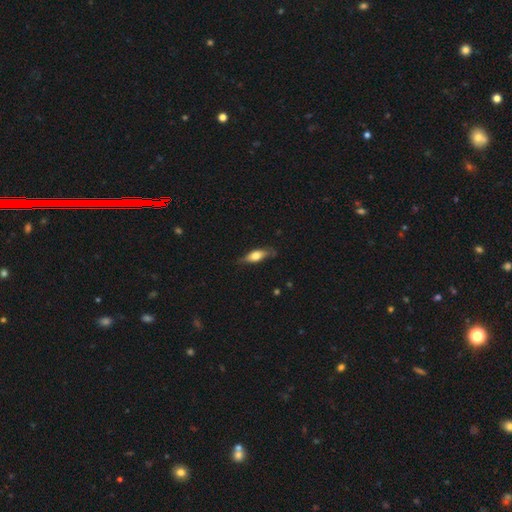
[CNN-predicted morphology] The model was most divided on "smooth or featured": smooth: 59%, featured or disk: 34%, star or artifact: 6%. More confident: merging — none (69%); how rounded — in between (65%).